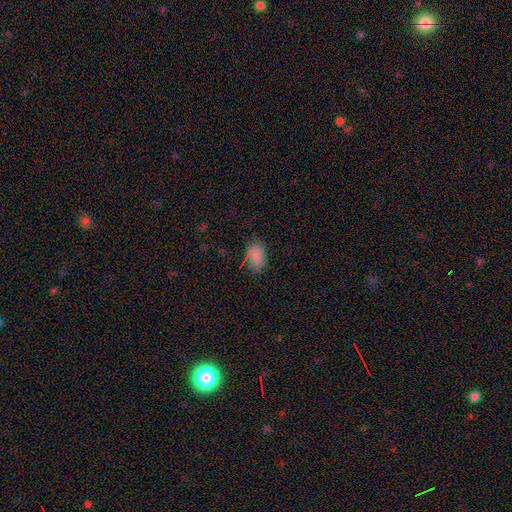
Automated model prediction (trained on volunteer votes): smooth-or-featured: smooth: 77% | star or artifact: 16% | featured or disk: 7%
  how-rounded: in between: 90% | round: 8% | cigar-shaped: 2%
  merging: none: 79% | minor disturbance: 16% | major disturbance: 4% | merger: 2%